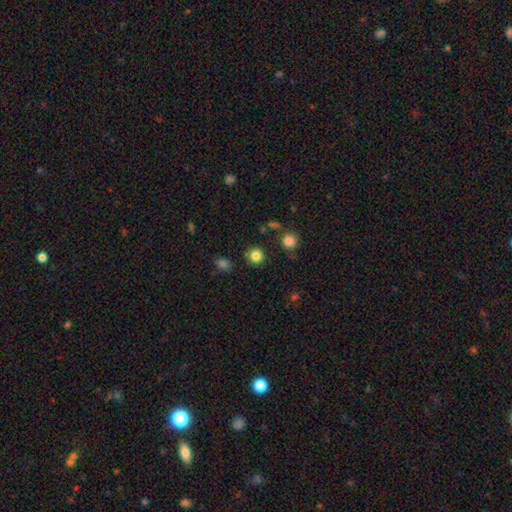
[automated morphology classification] Overall: smooth (84%). How rounded: round (92%). Merging: none (88%).